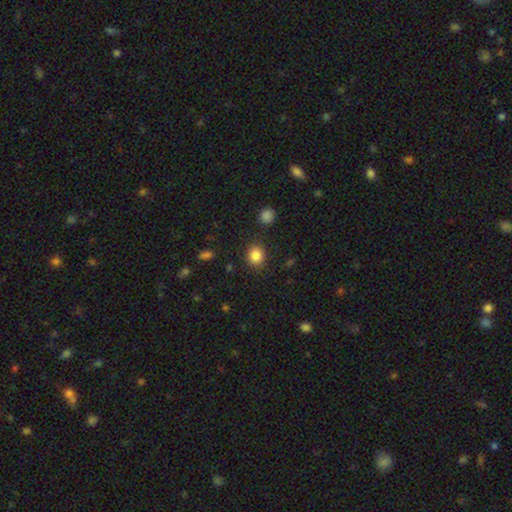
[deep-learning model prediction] This is clearly a smooth galaxy (85%). How rounded: likely round (72%). Merging: clearly none (86%).